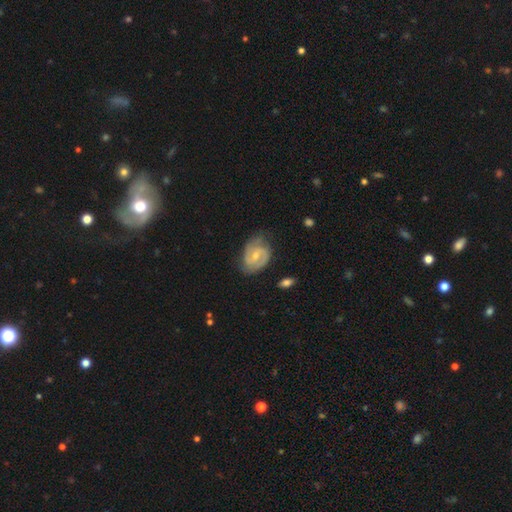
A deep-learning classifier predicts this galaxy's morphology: smooth_or_featured: featured or disk (p=0.81) [alt: smooth p=0.14]
disk_edge_on: no (p=0.97) [alt: yes p=0.03]
bar: weak (p=0.52) [alt: no p=0.37]
has_spiral_arms: yes (p=0.95) [alt: no p=0.05]
spiral_winding: medium (p=0.47) [alt: tight p=0.39]
spiral_arm_count: 2 (p=0.83) [alt: can't tell p=0.08]
bulge_size: small (p=0.50) [alt: moderate p=0.44]
merging: none (p=0.70) [alt: minor disturbance p=0.22]